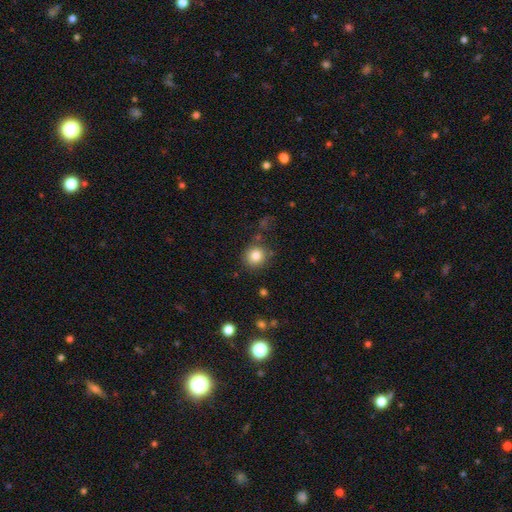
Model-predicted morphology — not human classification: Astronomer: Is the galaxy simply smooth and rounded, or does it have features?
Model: smooth — 83%.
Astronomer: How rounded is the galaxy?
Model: round — 86%.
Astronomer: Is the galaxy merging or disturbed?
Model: none — 80%.